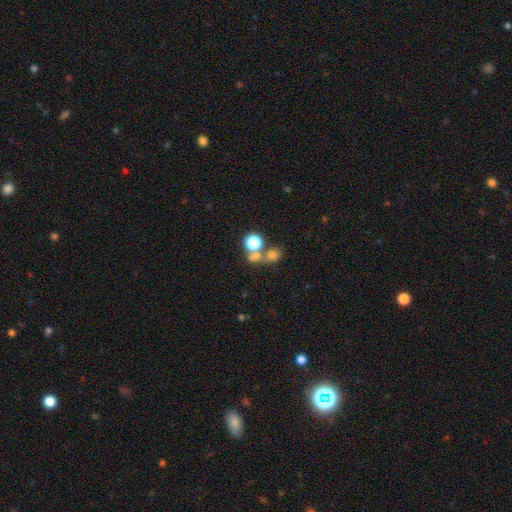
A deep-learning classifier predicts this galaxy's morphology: A smooth galaxy with no disk features (65%) that is round (79%). Merging: none (46%).